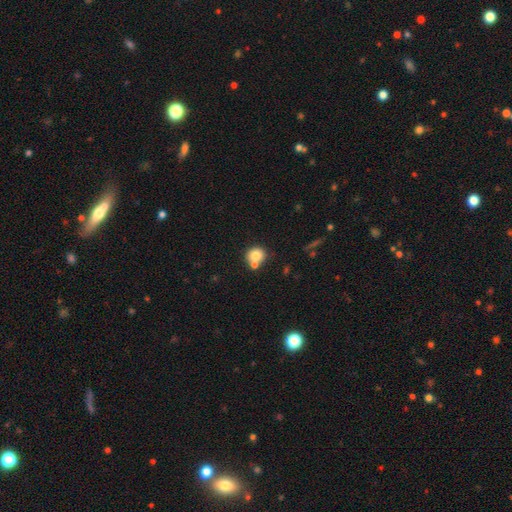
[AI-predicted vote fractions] smooth 78%, featured or disk 12%, star or artifact 10%. Down the decision tree: how rounded — round (82%); merging — none (54%).